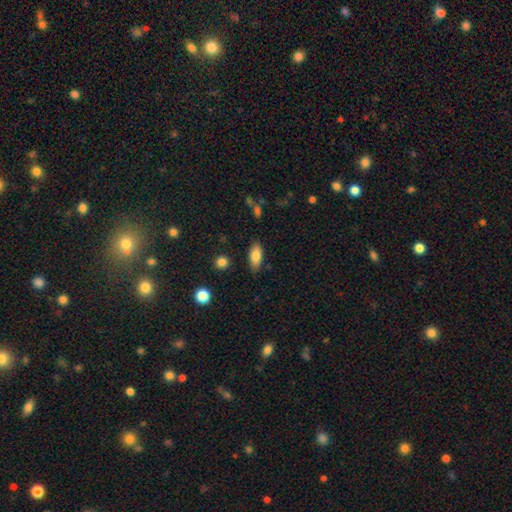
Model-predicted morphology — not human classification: The model was most divided on "how rounded": in between: 83%, cigar-shaped: 14%, round: 3%. More confident: merging — none (84%); smooth or featured — smooth (82%).